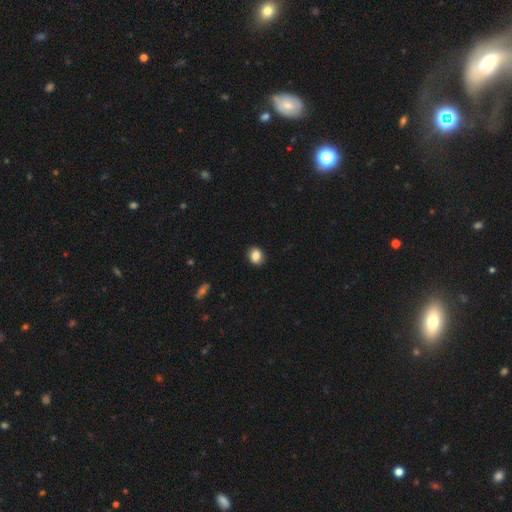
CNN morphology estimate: smooth_or_featured: smooth (p=0.86) [alt: star or artifact p=0.09]
how_rounded: round (p=0.59) [alt: in between p=0.40]
merging: none (p=0.88) [alt: minor disturbance p=0.09]